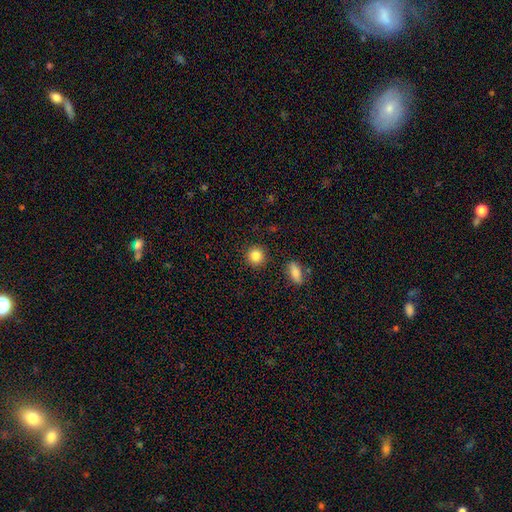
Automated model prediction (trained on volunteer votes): Overall: smooth (86%). How rounded: round (91%). Merging: none (89%).